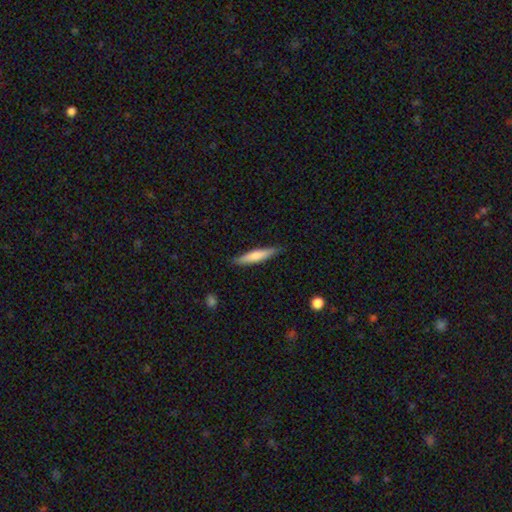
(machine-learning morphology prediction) This is likely a smooth galaxy (67%). How rounded: clearly cigar-shaped (89%). Merging: clearly none (87%).